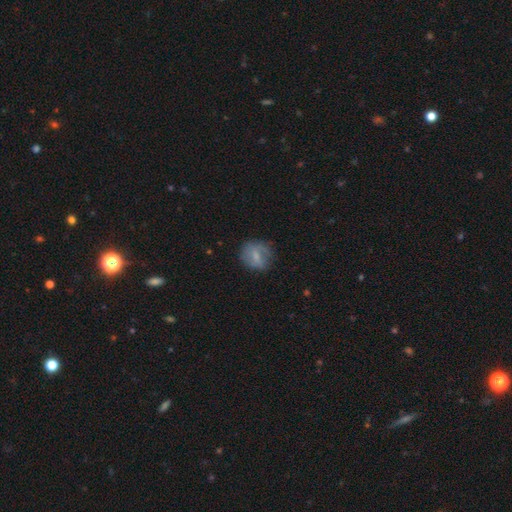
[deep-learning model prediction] A smooth galaxy with no disk features (65%) that is round (72%).

Vote fractions:
- Smooth or featured? smooth: 65% / featured or disk: 26% / star or artifact: 8%
- How rounded? round: 72% / in between: 27% / cigar-shaped: 1%
- Merging? none: 68% / minor disturbance: 21% / major disturbance: 9% / merger: 2%